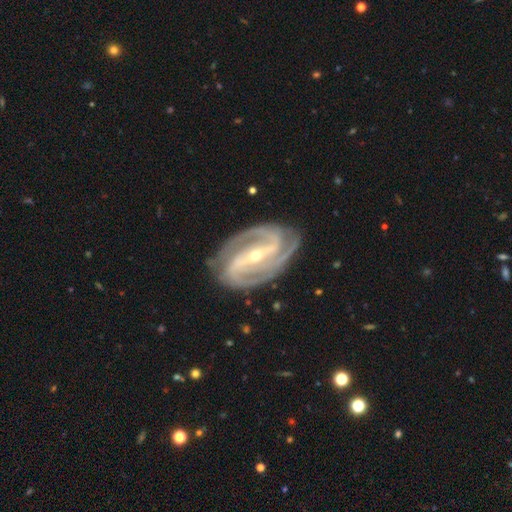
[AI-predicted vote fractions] Smooth or featured?
  - featured or disk: 94% *
  - star or artifact: 4%
  - smooth: 3%
Edge-on disk?
  - no: 97% *
  - yes: 3%
Bar?
  - strong: 69% *
  - weak: 22%
  - no: 9%
Spiral arms?
  - yes: 98% *
  - no: 2%
Spiral winding?
  - tight: 48% *
  - medium: 44%
  - loose: 7%
Spiral arm count?
  - 2: 53% *
  - 3: 29%
  - 4: 7%
  - can't tell: 5%
  - more than 4: 3%
  - 1: 3%
Bulge size?
  - small: 67% *
  - moderate: 30%
  - large: 1%
  - none: 1%
  - dominant: 1%
Merging?
  - none: 80% *
  - minor disturbance: 14%
  - major disturbance: 4%
  - merger: 1%